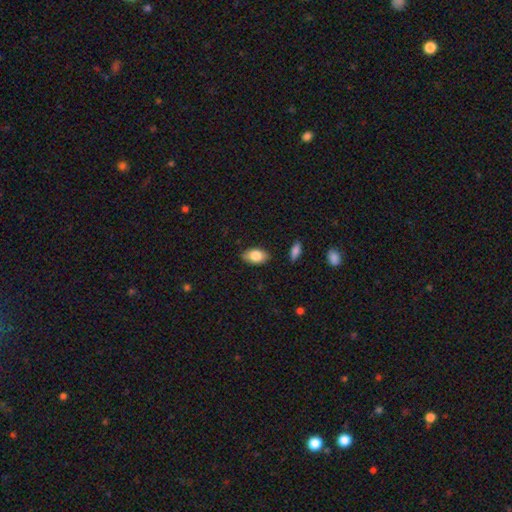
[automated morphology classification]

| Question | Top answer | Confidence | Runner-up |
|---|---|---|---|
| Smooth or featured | smooth | 82% | featured or disk (12%) |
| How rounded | in between | 92% | round (6%) |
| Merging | none | 85% | minor disturbance (11%) |